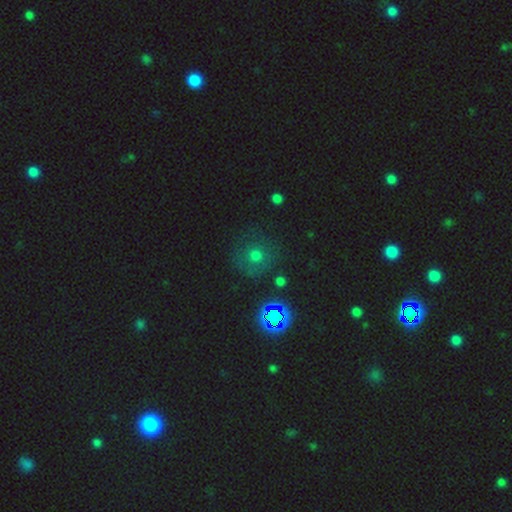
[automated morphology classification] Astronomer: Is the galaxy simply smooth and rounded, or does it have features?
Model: smooth — 53% (runner-up: star or artifact, 31%).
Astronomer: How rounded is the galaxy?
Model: round — 91%.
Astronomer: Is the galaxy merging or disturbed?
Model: none — 78%.